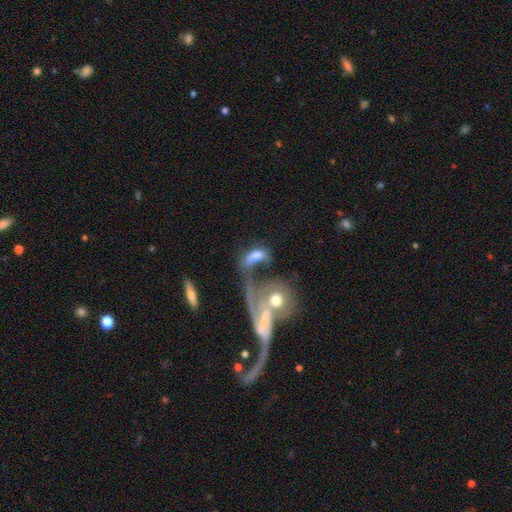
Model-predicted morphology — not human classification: smooth_or_featured: smooth (p=0.57) [alt: featured or disk p=0.33]
how_rounded: in between (p=0.79) [alt: round p=0.11]
merging: merger (p=0.51) [alt: major disturbance p=0.20]